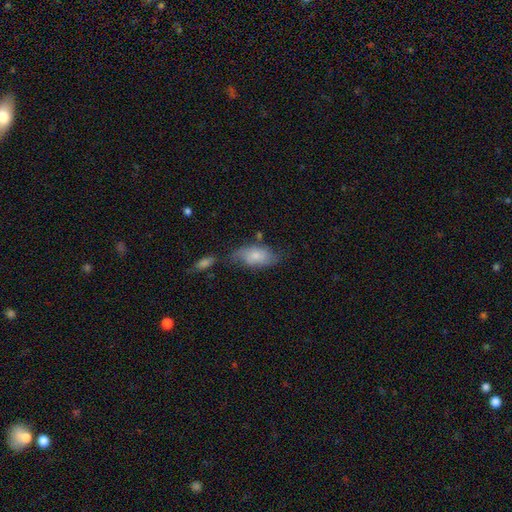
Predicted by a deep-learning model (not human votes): Smooth or featured? smooth (65%)
How rounded? in between (91%)
Merging? none (47%)